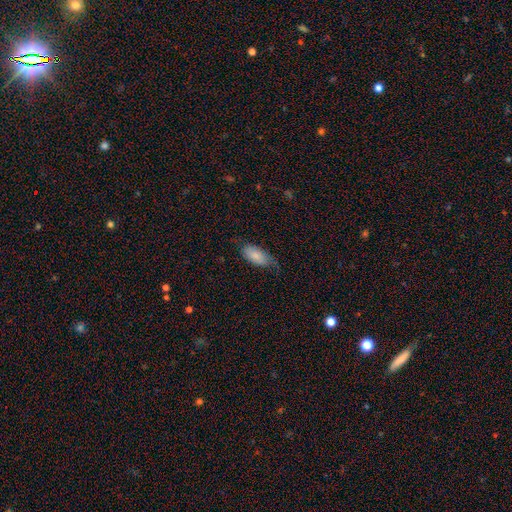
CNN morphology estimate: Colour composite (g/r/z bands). It shows a smooth galaxy with no disk features (81%) that is in between round and cigar-shaped (90%). Merging: none (61%).